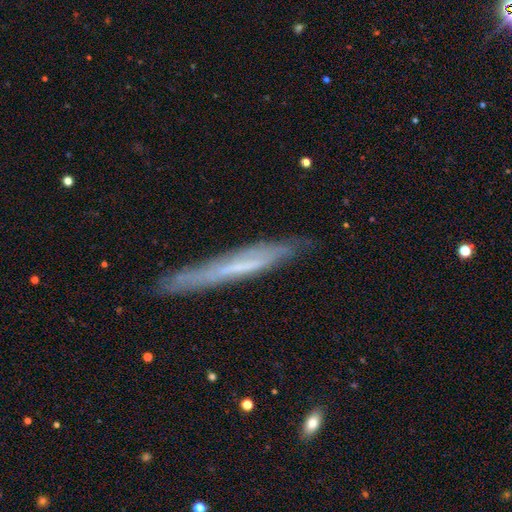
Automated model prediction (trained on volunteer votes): Q: Smooth or featured?
A: featured or disk (59%); runner-up: smooth (34%)
Q: Edge-on disk?
A: yes (83%); runner-up: no (17%)
Q: Merging?
A: none (79%); runner-up: minor disturbance (16%)